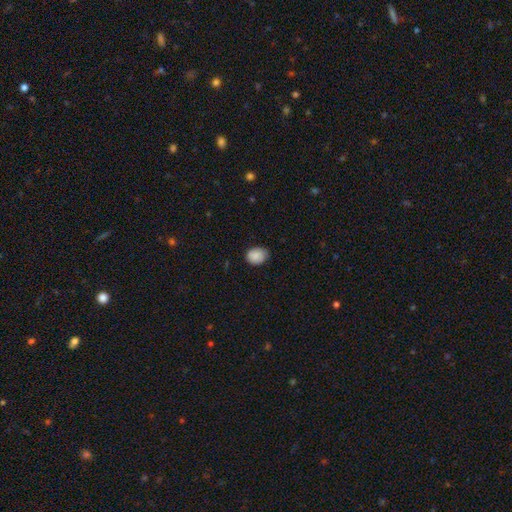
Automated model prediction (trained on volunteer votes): A smooth galaxy with no disk features (87%) that is in between round and cigar-shaped (54%). Merging: none (73%).